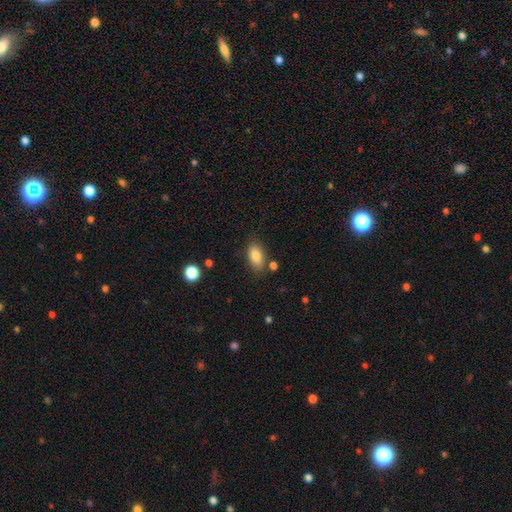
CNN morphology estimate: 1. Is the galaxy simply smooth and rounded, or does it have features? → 84% smooth, 8% featured or disk, 8% star or artifact.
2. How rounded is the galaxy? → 90% in between, 5% cigar-shaped, 5% round.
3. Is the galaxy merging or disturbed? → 79% none, 13% minor disturbance, 5% merger, 3% major disturbance.